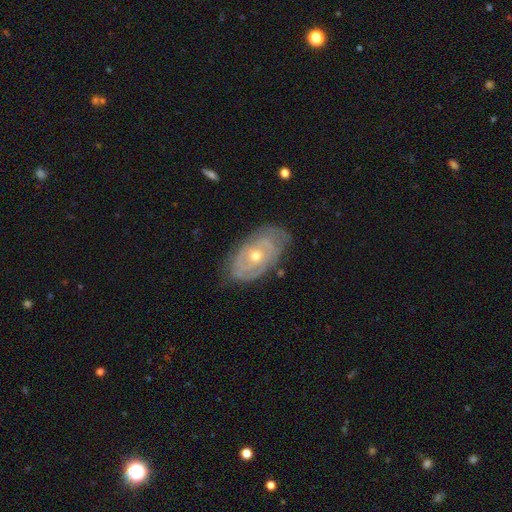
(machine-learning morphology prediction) Smooth or featured? Predicted: featured or disk (p=0.81). Edge-on disk? Predicted: no (p=0.94). Bar? Predicted: no (p=0.79). Spiral arms? Predicted: yes (p=0.81). Spiral winding? Predicted: tight (p=0.75). Spiral arm count? Predicted: can't tell (p=0.45). Bulge size? Predicted: moderate (p=0.55). Merging? Predicted: none (p=0.71).